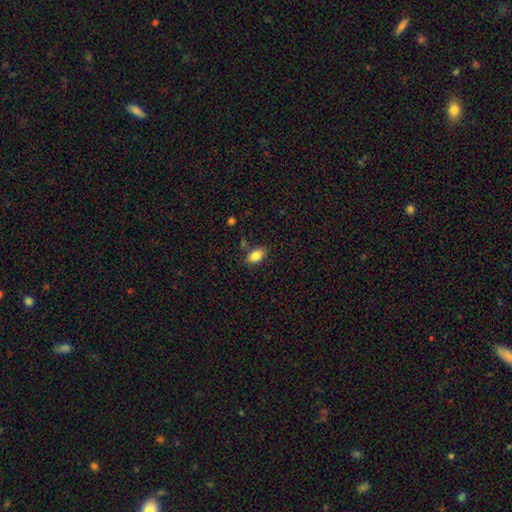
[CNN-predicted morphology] smooth-or-featured: smooth: 85% | star or artifact: 8% | featured or disk: 7%
  how-rounded: in between: 90% | round: 6% | cigar-shaped: 4%
  merging: none: 80% | minor disturbance: 13% | merger: 4% | major disturbance: 3%